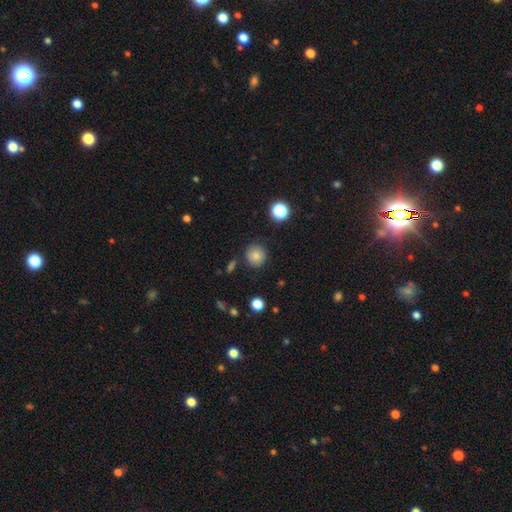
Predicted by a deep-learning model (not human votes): A smooth galaxy with no disk features (80%) that is round (93%). Merging: none (85%).